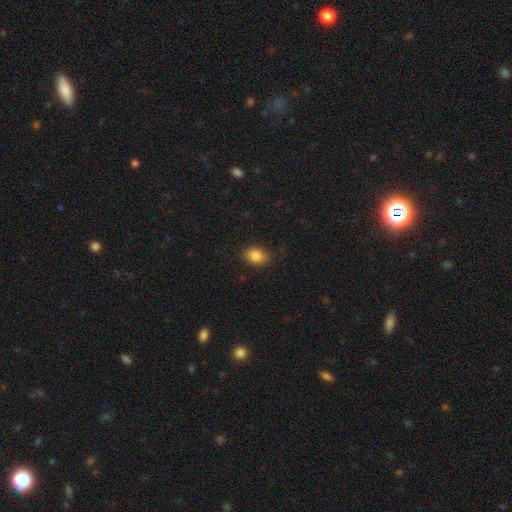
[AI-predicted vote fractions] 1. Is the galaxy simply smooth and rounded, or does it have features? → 85% smooth, 9% star or artifact, 6% featured or disk.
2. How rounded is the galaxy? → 67% in between, 32% round, 1% cigar-shaped.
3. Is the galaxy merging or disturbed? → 82% none, 13% minor disturbance, 3% major disturbance, 1% merger.